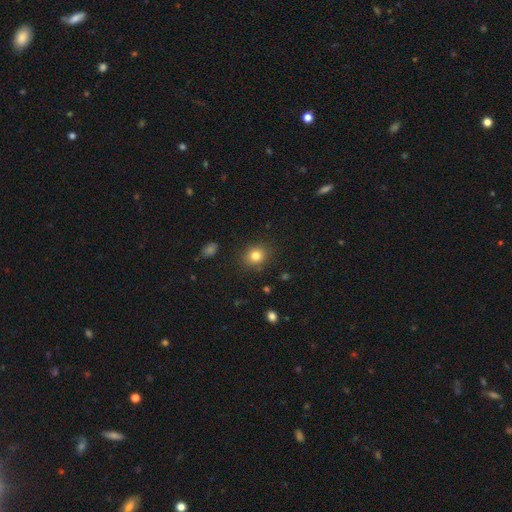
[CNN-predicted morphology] Smooth or featured: smooth — 82% (star or artifact — 12%)
How rounded: round — 73% (in between — 26%)
Merging: none — 87% (minor disturbance — 9%)